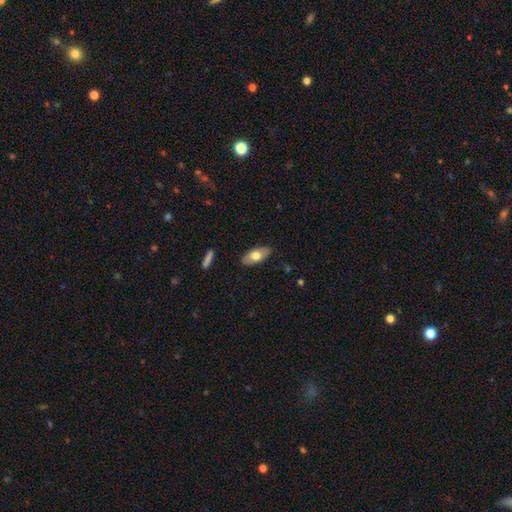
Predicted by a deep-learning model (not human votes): A smooth galaxy with no disk features (69%) that is in between round and cigar-shaped (88%).

Vote fractions:
- Smooth or featured? smooth: 69% / featured or disk: 25% / star or artifact: 6%
- How rounded? in between: 88% / cigar-shaped: 9% / round: 3%
- Merging? none: 87% / minor disturbance: 10% / major disturbance: 2% / merger: 1%